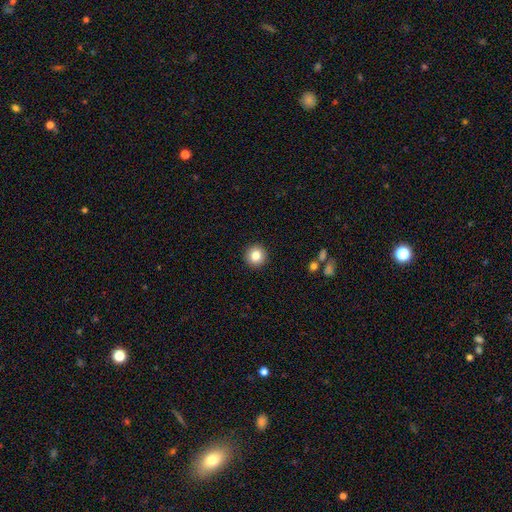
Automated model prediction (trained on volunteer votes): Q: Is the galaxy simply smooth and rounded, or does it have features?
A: smooth — 82%.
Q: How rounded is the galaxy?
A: round — 95%.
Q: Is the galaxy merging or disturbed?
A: none — 93%.